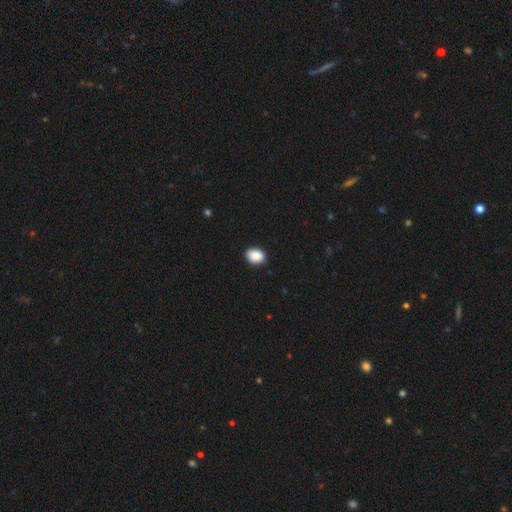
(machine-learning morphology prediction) A smooth galaxy with no disk features (89%) that is in between round and cigar-shaped (69%). Merging: none (88%).